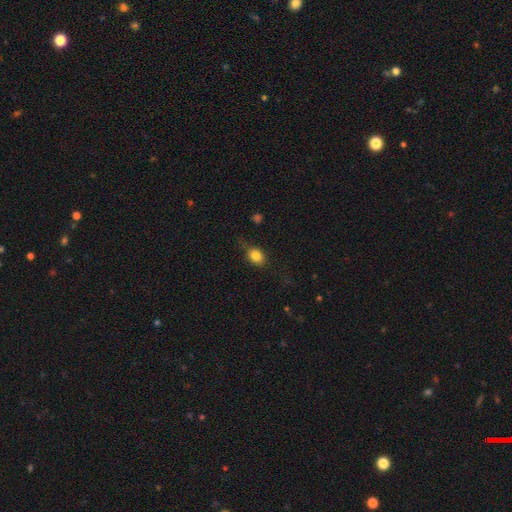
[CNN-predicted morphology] smooth_or_featured: smooth (p=0.80) [alt: star or artifact p=0.10]
how_rounded: in between (p=0.51) [alt: round p=0.47]
merging: none (p=0.68) [alt: minor disturbance p=0.23]